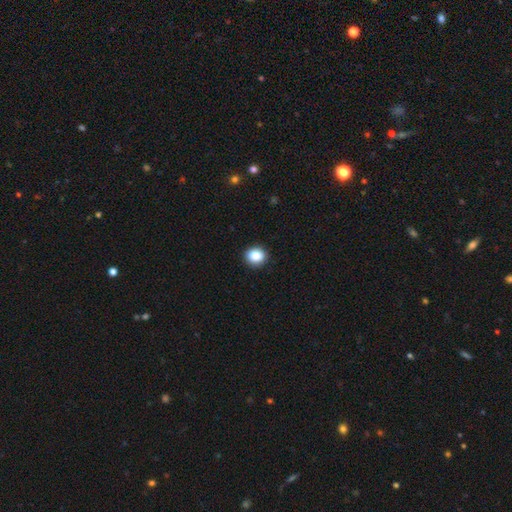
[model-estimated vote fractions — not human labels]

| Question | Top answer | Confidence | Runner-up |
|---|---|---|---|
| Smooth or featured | smooth | 87% | star or artifact (9%) |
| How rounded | round | 70% | in between (29%) |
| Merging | none | 90% | minor disturbance (7%) |